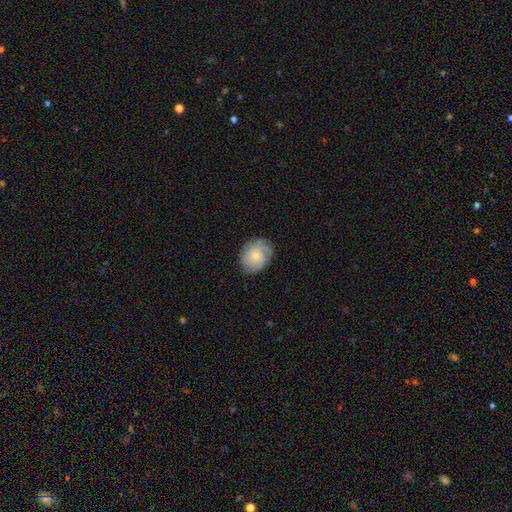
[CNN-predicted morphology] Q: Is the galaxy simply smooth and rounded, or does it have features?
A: featured or disk — 58%.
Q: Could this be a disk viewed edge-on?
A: no — 97%.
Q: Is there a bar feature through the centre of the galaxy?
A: no — 81%.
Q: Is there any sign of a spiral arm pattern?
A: yes — 91%.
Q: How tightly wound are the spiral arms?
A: tight — 57%.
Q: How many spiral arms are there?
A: can't tell — 31%.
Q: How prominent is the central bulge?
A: small — 65%.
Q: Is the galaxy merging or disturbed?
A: none — 76%.